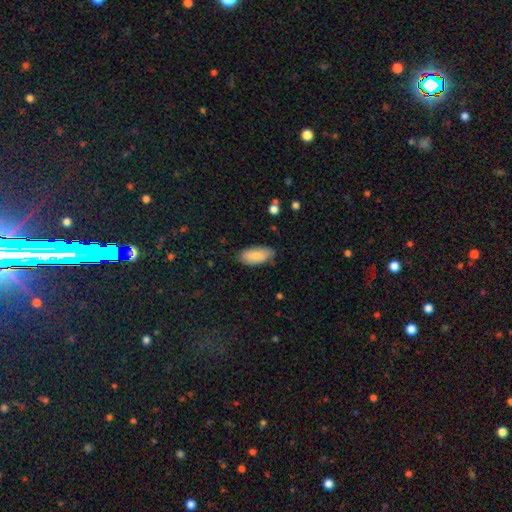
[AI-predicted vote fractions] smooth-or-featured: smooth: 86% | featured or disk: 8% | star or artifact: 6%
  how-rounded: in between: 89% | cigar-shaped: 9% | round: 2%
  merging: none: 77% | minor disturbance: 18% | major disturbance: 3% | merger: 1%